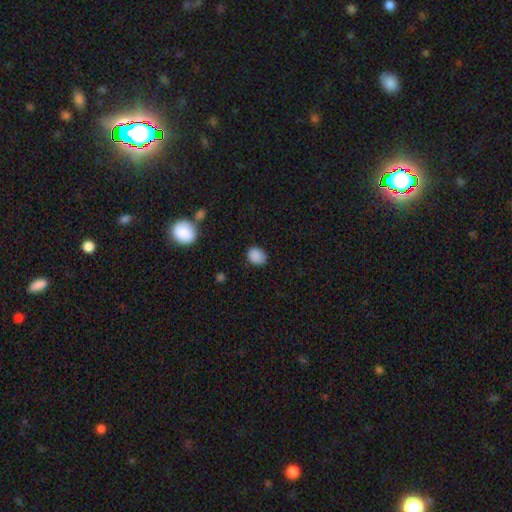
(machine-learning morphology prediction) Smooth or featured?
  - smooth: 88% *
  - star or artifact: 9%
  - featured or disk: 3%
How rounded?
  - round: 53% *
  - in between: 46%
  - cigar-shaped: 1%
Merging?
  - none: 82% *
  - minor disturbance: 14%
  - major disturbance: 3%
  - merger: 2%